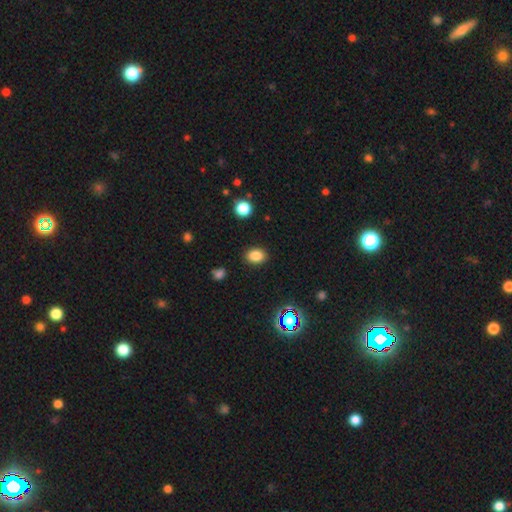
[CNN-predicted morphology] This is clearly a smooth galaxy (83%). How rounded: likely in between (72%). Merging: clearly none (88%).